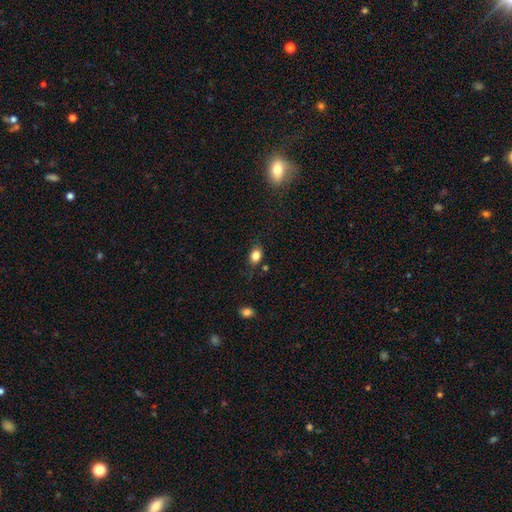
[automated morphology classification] Smooth or featured?
  - smooth: 82% *
  - star or artifact: 11%
  - featured or disk: 7%
How rounded?
  - in between: 65% *
  - round: 33%
  - cigar-shaped: 1%
Merging?
  - none: 77% *
  - minor disturbance: 16%
  - major disturbance: 4%
  - merger: 3%